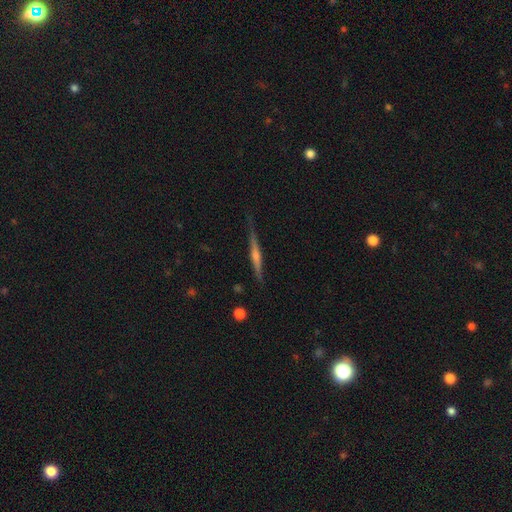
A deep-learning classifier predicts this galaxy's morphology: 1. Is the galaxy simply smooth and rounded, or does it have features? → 69% featured or disk, 25% smooth, 7% star or artifact.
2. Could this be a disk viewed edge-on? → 97% yes, 3% no.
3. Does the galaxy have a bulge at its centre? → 72% rounded, 18% none, 9% boxy.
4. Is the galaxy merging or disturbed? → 79% none, 17% minor disturbance, 3% major disturbance, 2% merger.